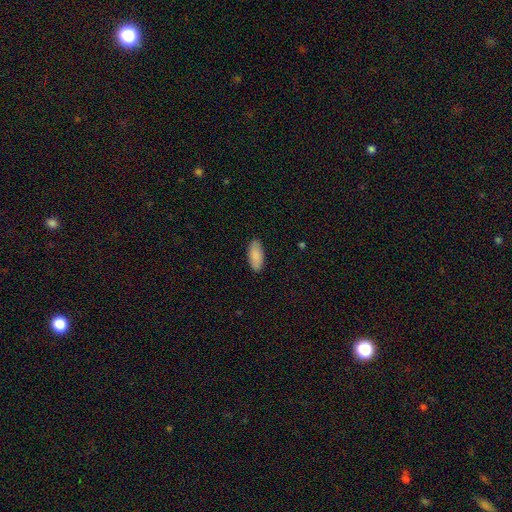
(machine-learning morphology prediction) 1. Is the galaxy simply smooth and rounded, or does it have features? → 88% smooth, 6% featured or disk, 6% star or artifact.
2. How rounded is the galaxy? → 86% in between, 12% cigar-shaped, 2% round.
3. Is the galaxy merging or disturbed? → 88% none, 9% minor disturbance, 2% major disturbance, 1% merger.